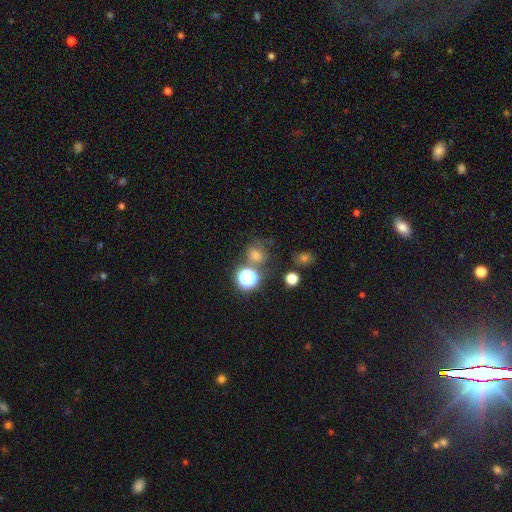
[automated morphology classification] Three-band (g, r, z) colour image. It shows a smooth galaxy with no disk features (52%) that is round (83%). Merging: none (63%).